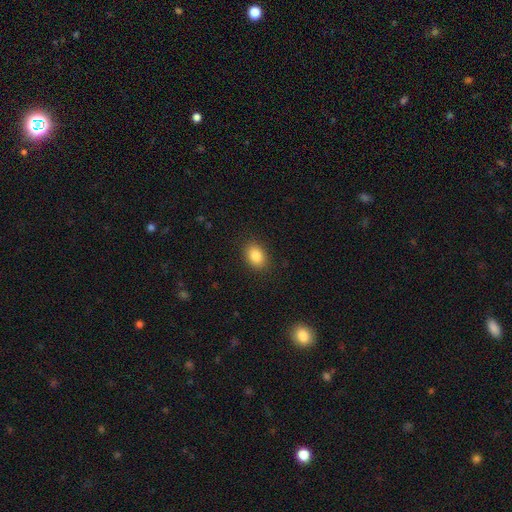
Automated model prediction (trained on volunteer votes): smooth_or_featured: smooth (p=0.86) [alt: star or artifact p=0.09]
how_rounded: in between (p=0.74) [alt: round p=0.25]
merging: none (p=0.88) [alt: minor disturbance p=0.08]